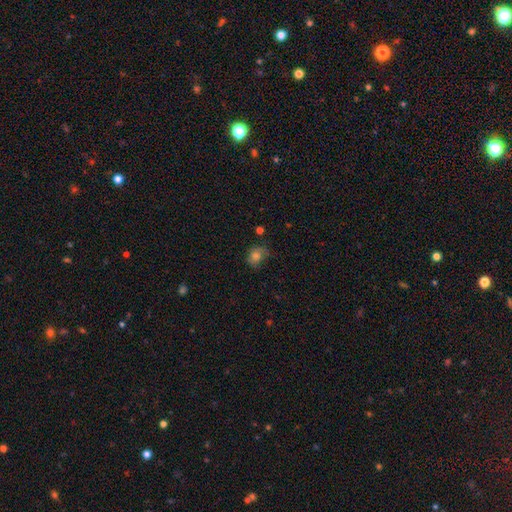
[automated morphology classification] Smooth or featured? smooth (71%)
How rounded? round (52%)
Merging? none (55%)